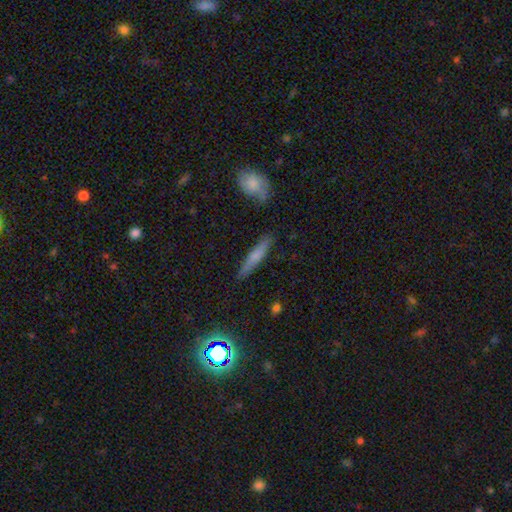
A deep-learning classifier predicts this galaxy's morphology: This appears to be a smooth galaxy with no disk features (63%) that is cigar-shaped (89%). Merging: none (85%).